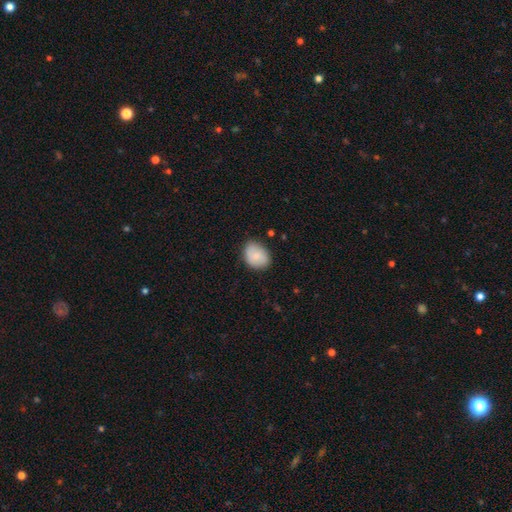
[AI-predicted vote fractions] A smooth galaxy with no disk features (82%) that is in between round and cigar-shaped (60%).

Vote fractions:
- Smooth or featured? smooth: 82% / featured or disk: 11% / star or artifact: 7%
- How rounded? in between: 60% / round: 39% / cigar-shaped: 1%
- Merging? none: 75% / minor disturbance: 20% / major disturbance: 3% / merger: 2%